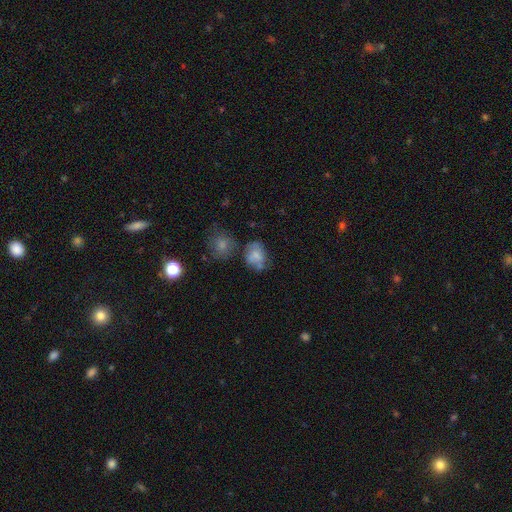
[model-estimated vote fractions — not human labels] The model was most divided on "merging": none: 42%, minor disturbance: 23%, merger: 21%, major disturbance: 13%. More confident: smooth or featured — smooth (67%); how rounded — in between (59%).